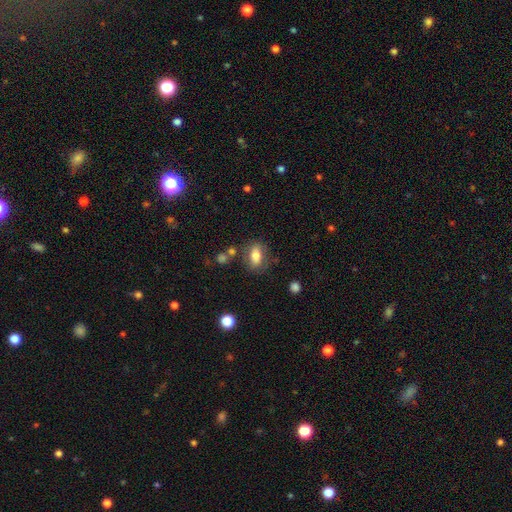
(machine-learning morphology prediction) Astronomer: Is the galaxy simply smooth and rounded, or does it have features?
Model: smooth — 75%.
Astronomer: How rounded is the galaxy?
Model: in between — 82%.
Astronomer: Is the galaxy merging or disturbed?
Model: none — 72%.